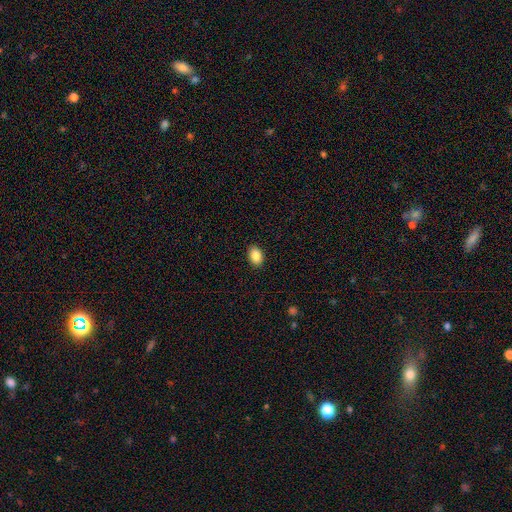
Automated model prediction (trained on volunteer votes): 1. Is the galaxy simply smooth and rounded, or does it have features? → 87% smooth, 8% star or artifact, 5% featured or disk.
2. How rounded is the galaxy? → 83% in between, 16% round, 1% cigar-shaped.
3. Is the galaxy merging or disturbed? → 90% none, 7% minor disturbance, 2% major disturbance, 1% merger.